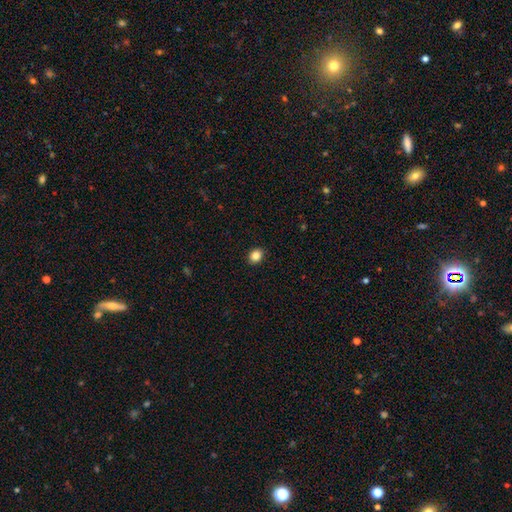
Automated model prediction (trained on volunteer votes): This is clearly a smooth galaxy (85%). How rounded: likely round (61%). Merging: clearly none (91%).